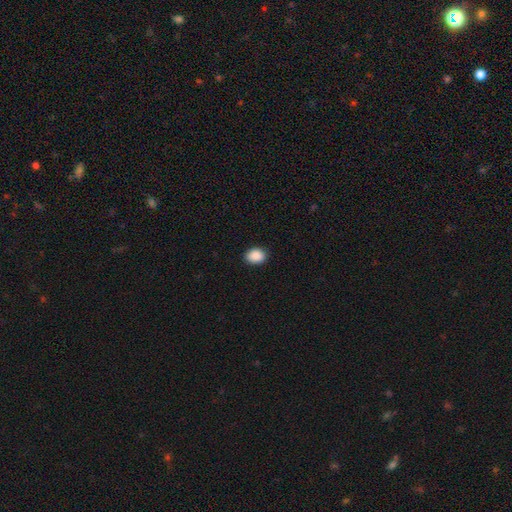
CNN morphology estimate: Overall: smooth (90%). How rounded: in between (64%; round 35%). Merging: none (88%).